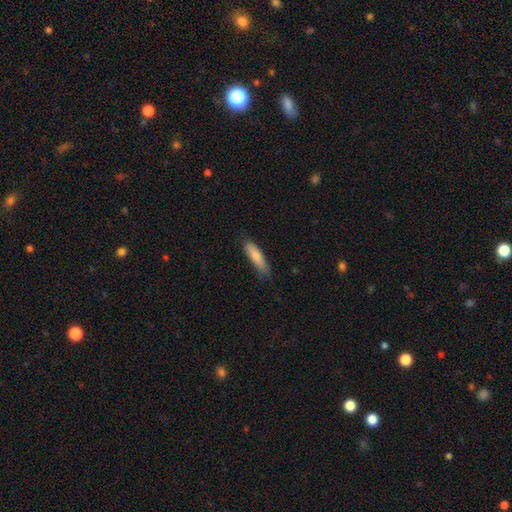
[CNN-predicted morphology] A smooth galaxy with no disk features (82%) that is cigar-shaped (66%).

Vote fractions:
- Smooth or featured? smooth: 82% / featured or disk: 12% / star or artifact: 6%
- How rounded? cigar-shaped: 66% / in between: 33% / round: 2%
- Merging? none: 72% / minor disturbance: 22% / major disturbance: 4% / merger: 1%